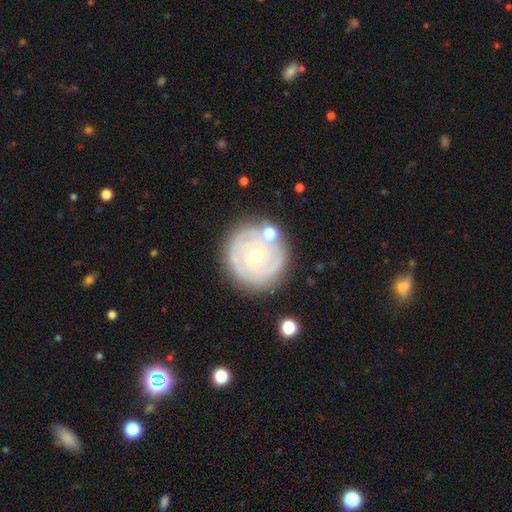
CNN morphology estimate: This is likely a featured or disk galaxy (69%). It is clearly not viewed edge-on (97%). Bar: likely no (79%). Spiral arm pattern: likely yes (67%). Central bulge: likely moderate (61%). Merging: likely none (74%).